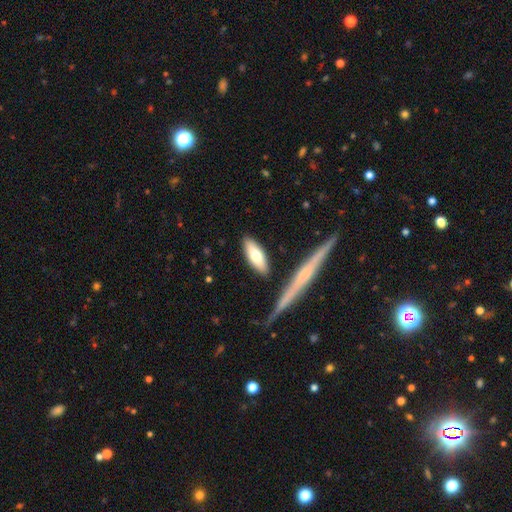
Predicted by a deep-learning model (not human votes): Smooth or featured? smooth (69%)
How rounded? in between (64%)
Merging? none (83%)